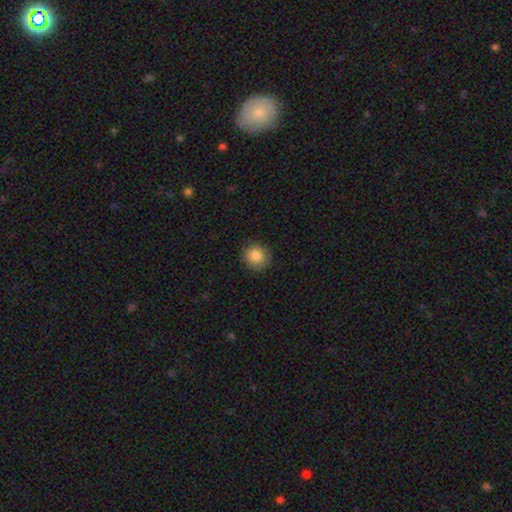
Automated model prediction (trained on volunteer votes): Morphology: type=smooth (86%); roundness=round (91%); merging=none (88%).